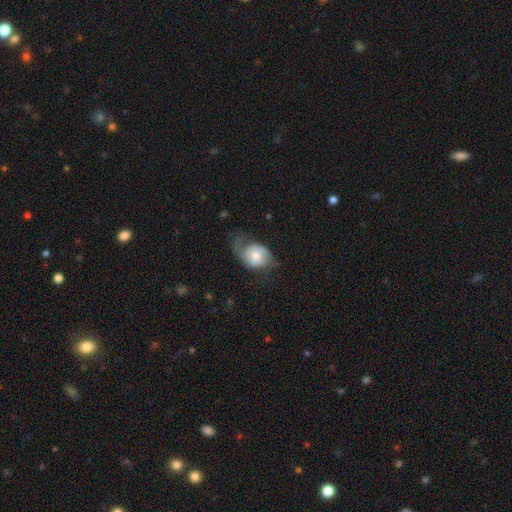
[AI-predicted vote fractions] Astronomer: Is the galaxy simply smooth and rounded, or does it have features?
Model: smooth — 51% (runner-up: featured or disk, 42%).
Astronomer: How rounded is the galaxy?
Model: in between — 60% (runner-up: round, 39%).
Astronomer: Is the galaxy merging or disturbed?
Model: none — 35% (runner-up: major disturbance, 32%).